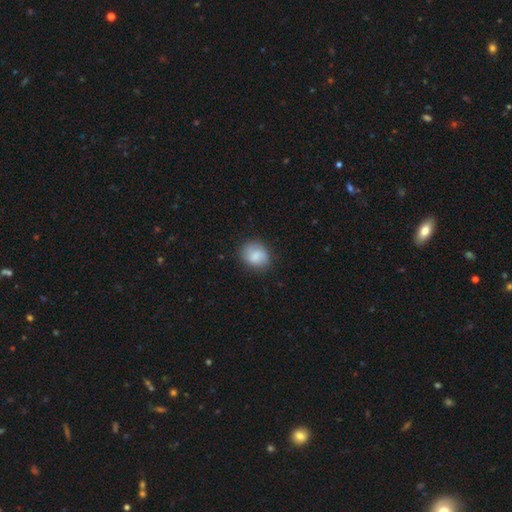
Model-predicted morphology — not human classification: Smooth or featured? Predicted: smooth (p=0.81). How rounded? Predicted: round (p=0.61). Merging? Predicted: none (p=0.78).